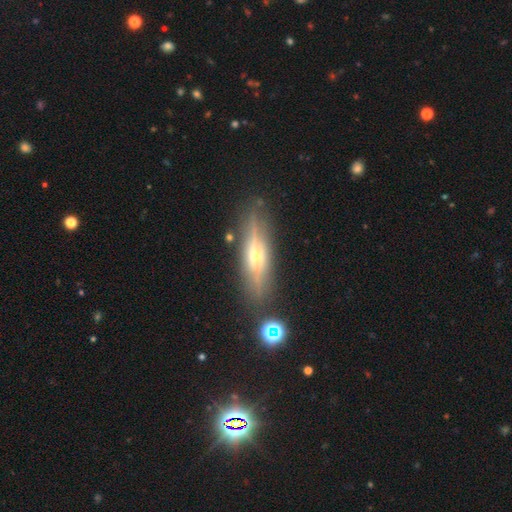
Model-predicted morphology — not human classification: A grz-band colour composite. It shows a featured or disk galaxy (67%) viewed edge-on (87%) with a rounded central bulge (83%). Merging: none (79%).